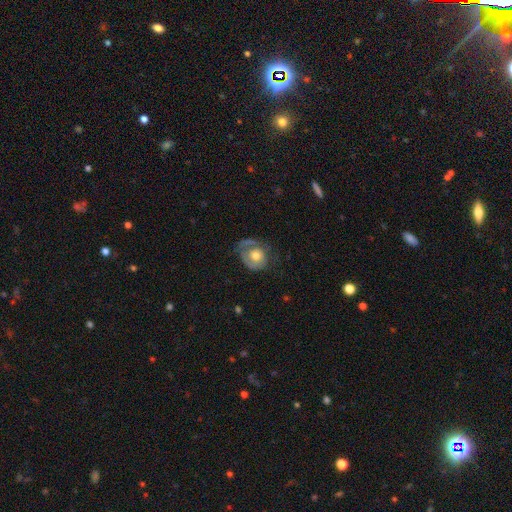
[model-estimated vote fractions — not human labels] Smooth or featured: smooth — 49% (featured or disk — 44%)
Merging: none — 41% (major disturbance — 30%)